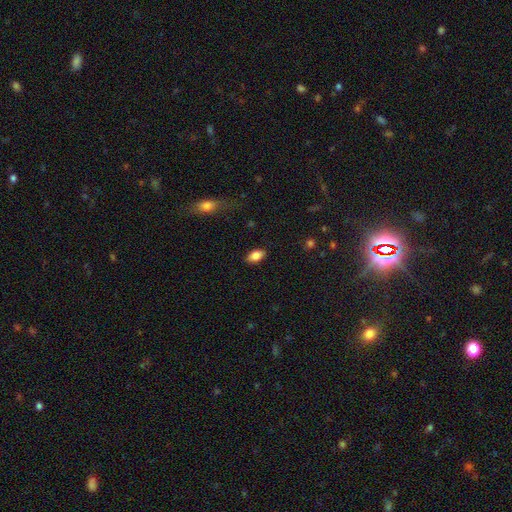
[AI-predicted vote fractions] A smooth galaxy with no disk features (83%) that is in between round and cigar-shaped (91%). Merging: none (87%).